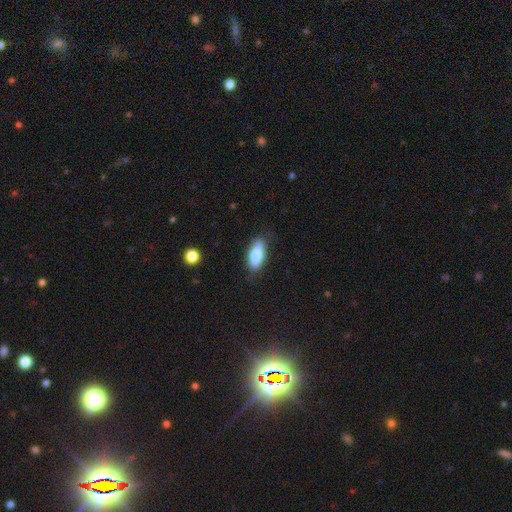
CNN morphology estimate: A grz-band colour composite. It shows a smooth galaxy with no disk features (78%) that is in between round and cigar-shaped (82%). Merging: none (80%).